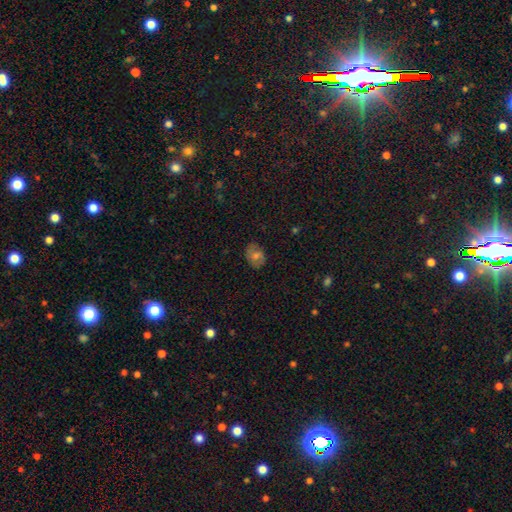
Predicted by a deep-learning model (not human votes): Overall: smooth (53%; featured or disk 36%). How rounded: in between (61%; round 38%). Merging: none (81%).